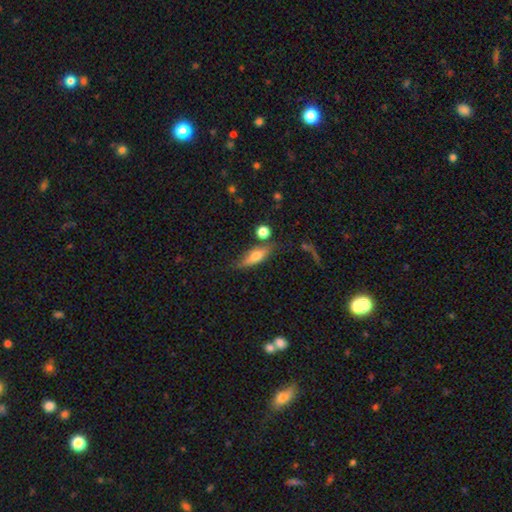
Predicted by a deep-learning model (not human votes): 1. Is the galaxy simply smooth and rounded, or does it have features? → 55% smooth, 37% featured or disk, 8% star or artifact.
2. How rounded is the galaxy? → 52% in between, 43% cigar-shaped, 5% round.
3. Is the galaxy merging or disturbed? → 66% none, 19% minor disturbance, 8% merger, 7% major disturbance.